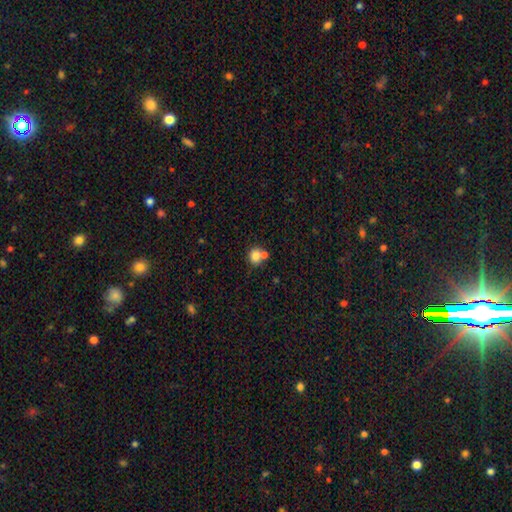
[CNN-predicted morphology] smooth_or_featured: smooth (p=0.79) [alt: star or artifact p=0.10]
how_rounded: round (p=0.70) [alt: in between p=0.29]
merging: none (p=0.48) [alt: merger p=0.39]